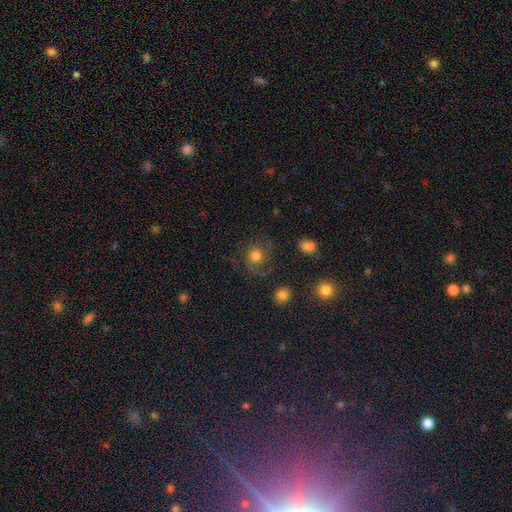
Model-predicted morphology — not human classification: This appears to be a smooth galaxy with no disk features (51%) that is round (82%). Merging: none (60%).